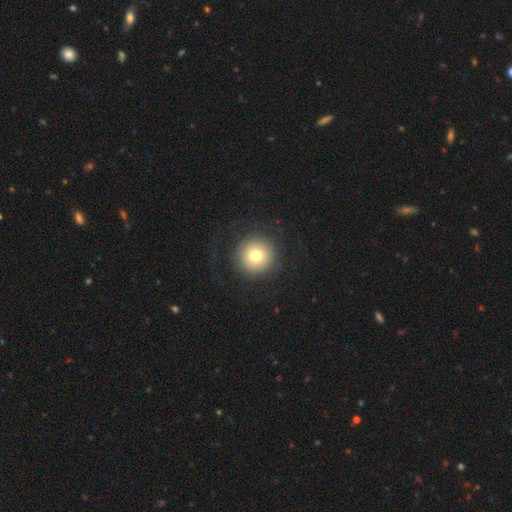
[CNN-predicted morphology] smooth-or-featured: smooth: 73% | featured or disk: 16% | star or artifact: 11%
  how-rounded: round: 96% | in between: 3% | cigar-shaped: 1%
  merging: none: 84% | minor disturbance: 7% | major disturbance: 7% | merger: 1%